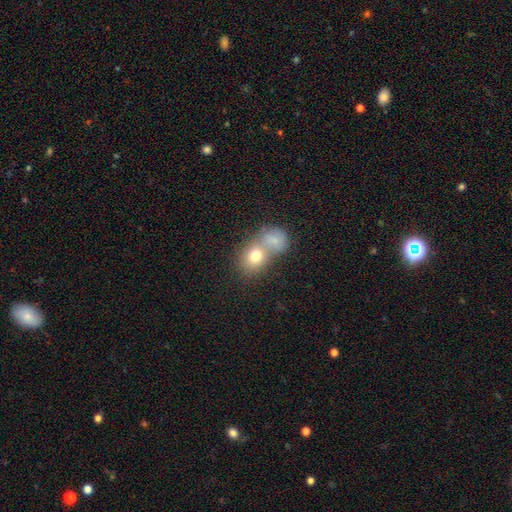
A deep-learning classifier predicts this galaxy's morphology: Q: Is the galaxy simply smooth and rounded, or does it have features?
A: smooth — 74%.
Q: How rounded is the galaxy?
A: round — 60%.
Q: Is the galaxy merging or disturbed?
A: merger — 60%.